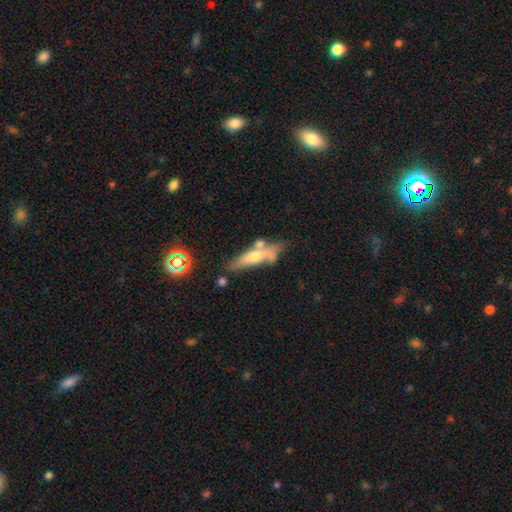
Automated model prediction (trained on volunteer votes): smooth-or-featured: smooth: 47% | featured or disk: 43% | star or artifact: 10%
  merging: none: 41% | merger: 25% | minor disturbance: 22% | major disturbance: 12%